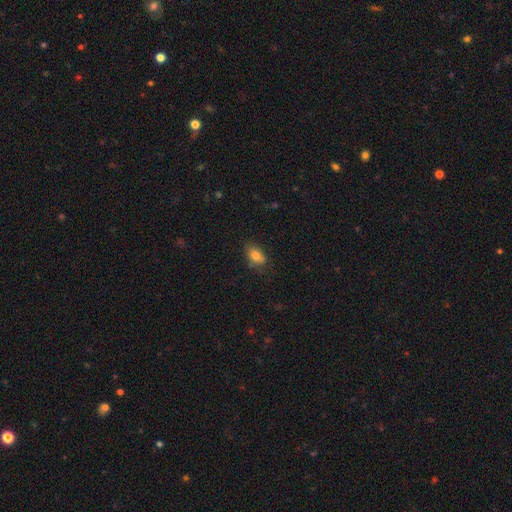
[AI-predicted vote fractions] Smooth or featured? smooth (79%)
How rounded? in between (84%)
Merging? none (69%)